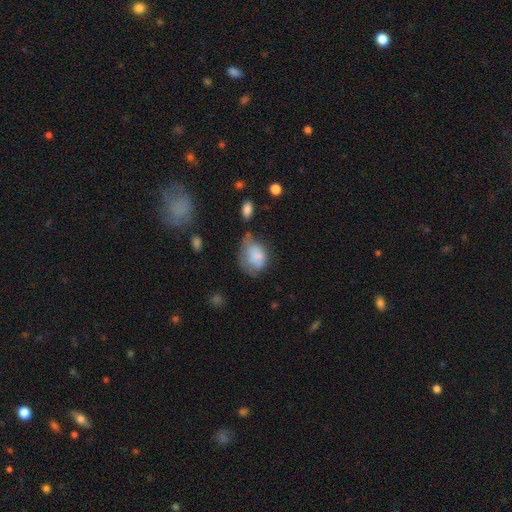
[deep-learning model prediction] Smooth or featured: smooth — 74% (featured or disk — 18%)
How rounded: in between — 64% (round — 35%)
Merging: minor disturbance — 36% (major disturbance — 29%)